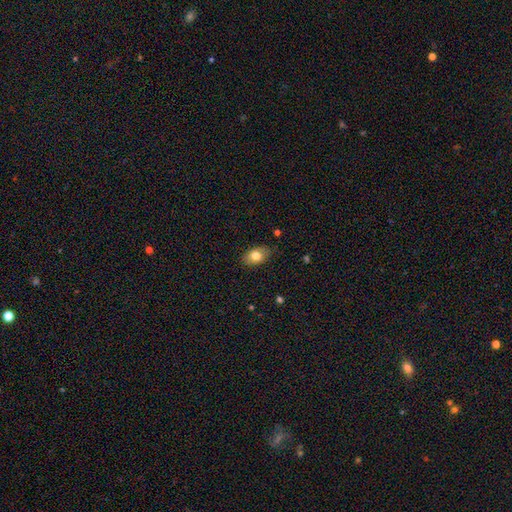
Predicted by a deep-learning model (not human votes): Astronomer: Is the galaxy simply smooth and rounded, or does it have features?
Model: smooth — 78%.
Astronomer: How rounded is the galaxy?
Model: in between — 89%.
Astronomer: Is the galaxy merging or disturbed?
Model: none — 82%.